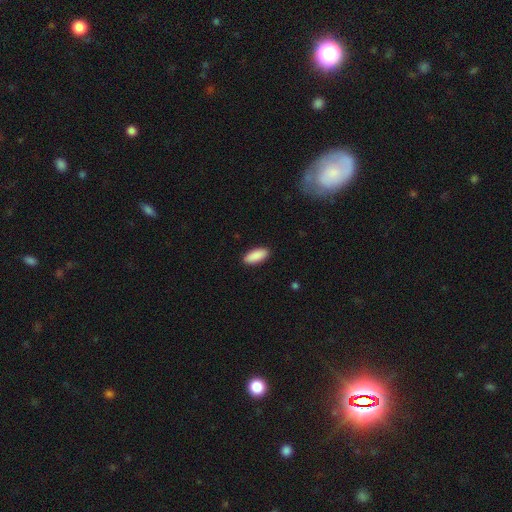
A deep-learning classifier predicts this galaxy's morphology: Overall: smooth (91%). How rounded: in between (86%). Merging: none (90%).